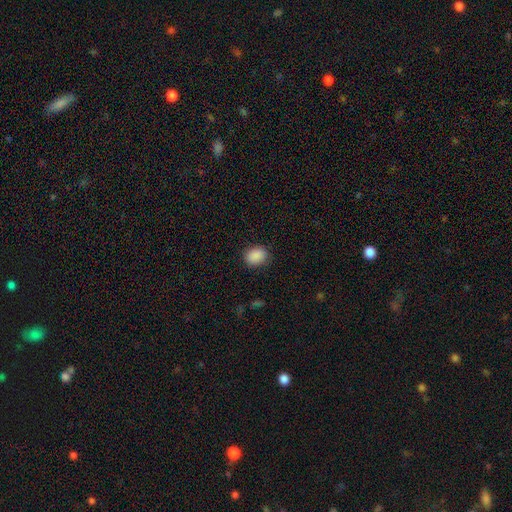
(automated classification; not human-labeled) smooth 89%, star or artifact 8%, featured or disk 3%. Down the decision tree: how rounded — in between (54%); merging — none (86%).